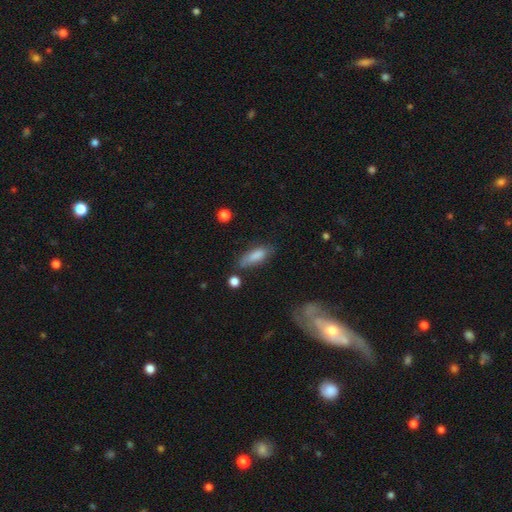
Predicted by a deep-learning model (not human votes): Smooth or featured?
  - smooth: 81% *
  - featured or disk: 12%
  - star or artifact: 7%
How rounded?
  - in between: 59% *
  - cigar-shaped: 38%
  - round: 2%
Merging?
  - none: 63% *
  - minor disturbance: 25%
  - major disturbance: 7%
  - merger: 5%